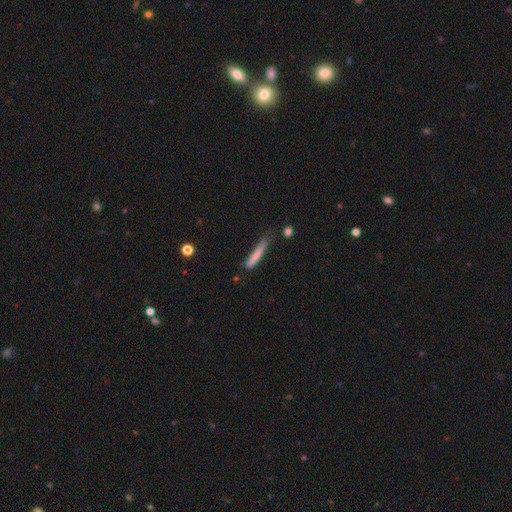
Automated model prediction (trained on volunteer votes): smooth_or_featured: smooth (p=0.76) [alt: featured or disk p=0.17]
how_rounded: cigar-shaped (p=0.94) [alt: in between p=0.05]
merging: none (p=0.61) [alt: minor disturbance p=0.27]